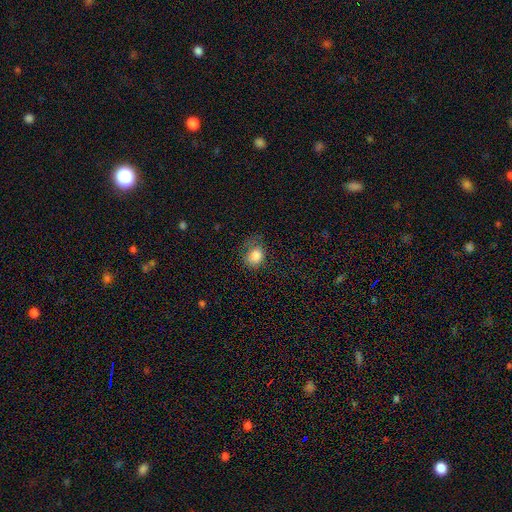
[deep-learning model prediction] Q: Smooth or featured?
A: smooth (84%); runner-up: star or artifact (10%)
Q: How rounded?
A: round (52%); runner-up: in between (47%)
Q: Merging?
A: none (56%); runner-up: minor disturbance (28%)